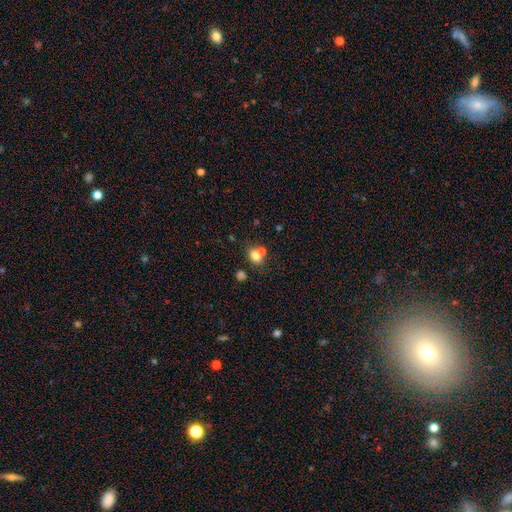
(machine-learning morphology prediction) Smooth or featured?
  - smooth: 75% *
  - star or artifact: 13%
  - featured or disk: 12%
How rounded?
  - in between: 61% *
  - round: 38%
  - cigar-shaped: 2%
Merging?
  - none: 48% *
  - merger: 37%
  - minor disturbance: 11%
  - major disturbance: 4%